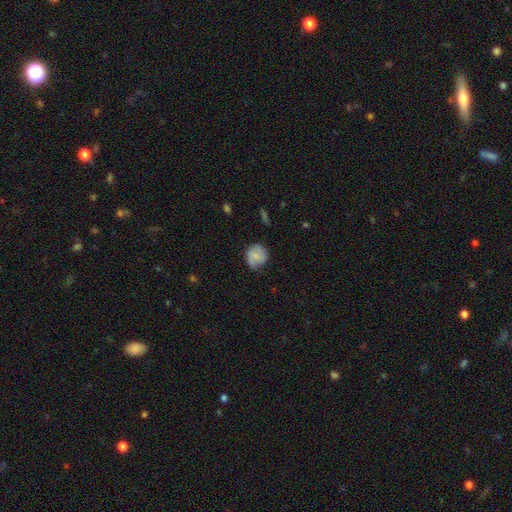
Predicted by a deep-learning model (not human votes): Morphology: type=smooth (57%); roundness=round (79%); merging=none (66%).